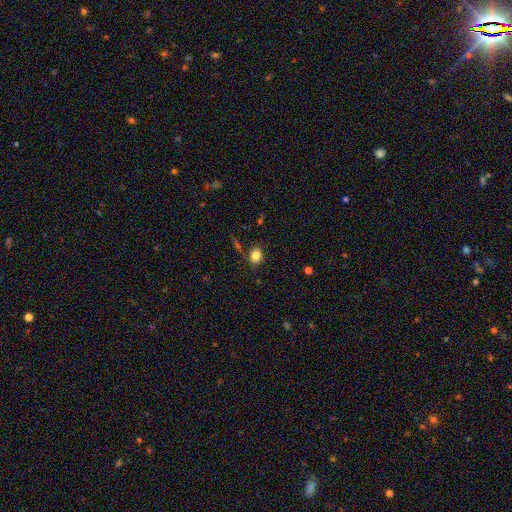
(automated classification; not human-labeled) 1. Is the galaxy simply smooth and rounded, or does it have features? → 83% smooth, 11% star or artifact, 6% featured or disk.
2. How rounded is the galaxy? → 56% round, 43% in between, 1% cigar-shaped.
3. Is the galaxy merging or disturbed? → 82% none, 11% minor disturbance, 4% merger, 3% major disturbance.